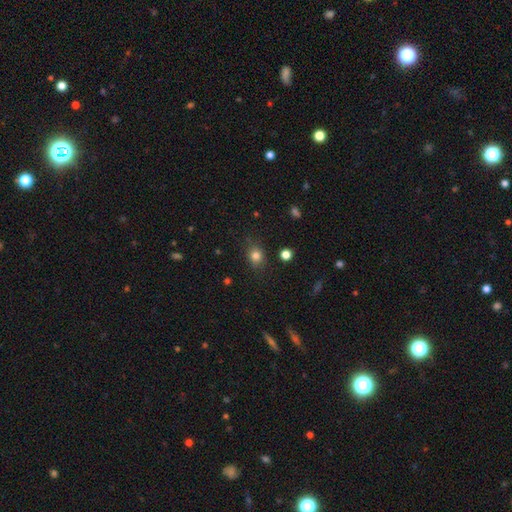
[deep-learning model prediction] smooth-or-featured: smooth: 80% | star or artifact: 13% | featured or disk: 7%
  how-rounded: round: 62% | in between: 36% | cigar-shaped: 1%
  merging: none: 79% | minor disturbance: 15% | major disturbance: 4% | merger: 2%